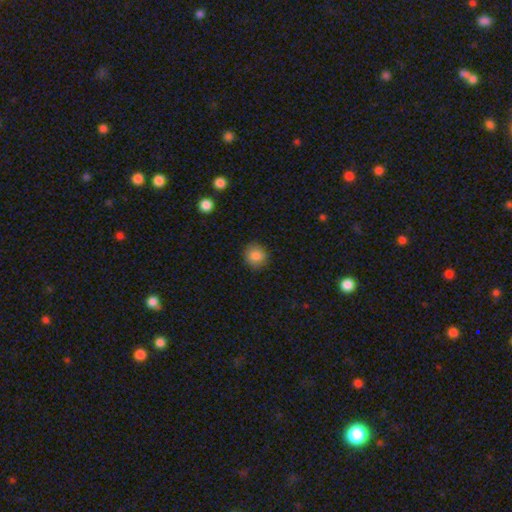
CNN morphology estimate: Smooth or featured? smooth (85%)
How rounded? round (90%)
Merging? none (87%)